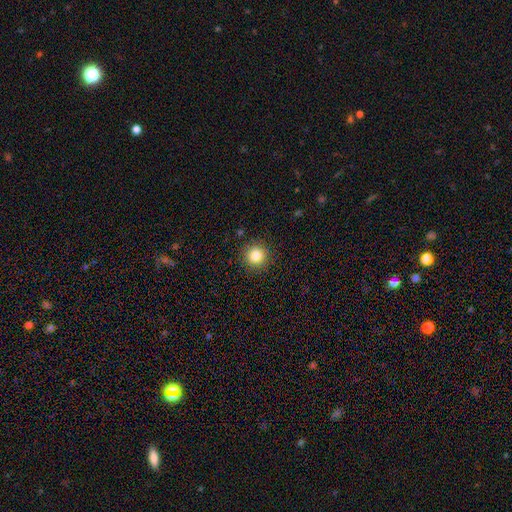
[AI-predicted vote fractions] Q: Smooth or featured?
A: smooth (84%); runner-up: star or artifact (11%)
Q: How rounded?
A: round (95%); runner-up: in between (5%)
Q: Merging?
A: none (90%); runner-up: minor disturbance (6%)